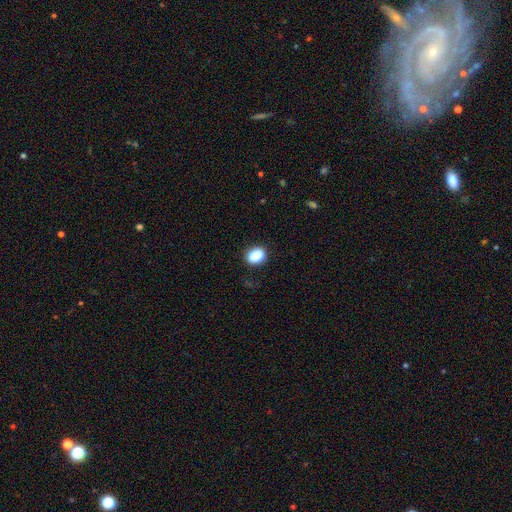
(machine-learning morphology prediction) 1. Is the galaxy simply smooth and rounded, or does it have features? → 88% smooth, 8% star or artifact, 4% featured or disk.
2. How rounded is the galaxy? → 64% in between, 34% round, 1% cigar-shaped.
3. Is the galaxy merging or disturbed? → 84% none, 12% minor disturbance, 3% major disturbance, 1% merger.